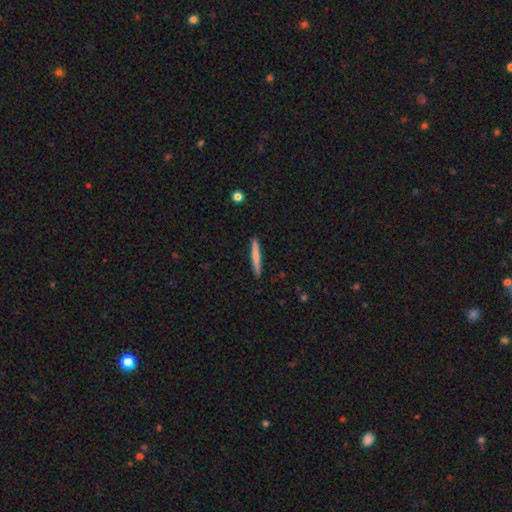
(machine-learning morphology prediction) Q: Smooth or featured?
A: smooth (71%); runner-up: featured or disk (24%)
Q: How rounded?
A: cigar-shaped (96%); runner-up: in between (3%)
Q: Merging?
A: none (91%); runner-up: minor disturbance (7%)